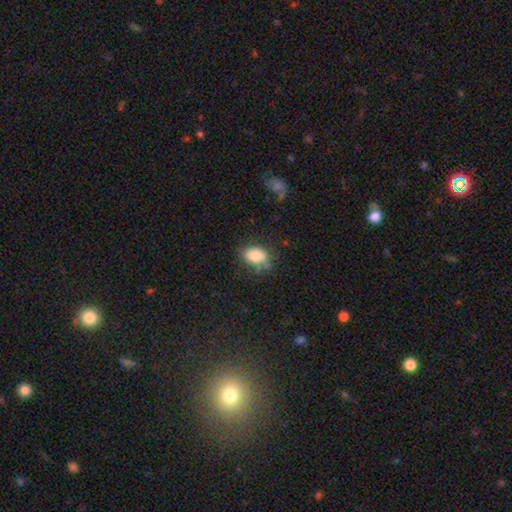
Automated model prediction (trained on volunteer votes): Overall: smooth (79%). How rounded: in between (78%). Merging: none (56%; minor disturbance 27%).